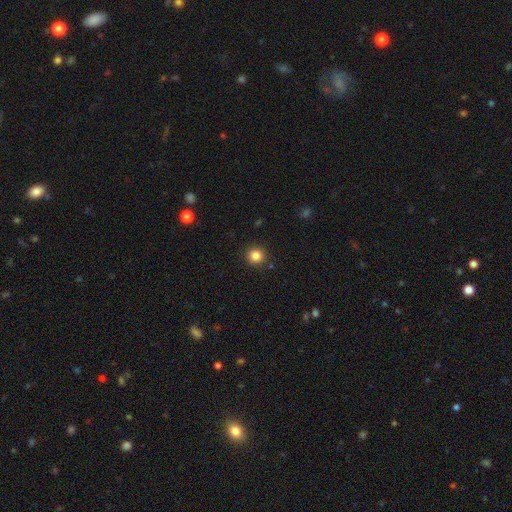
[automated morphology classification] Smooth or featured: smooth — 84% (star or artifact — 11%)
How rounded: round — 92% (in between — 7%)
Merging: none — 90% (minor disturbance — 6%)